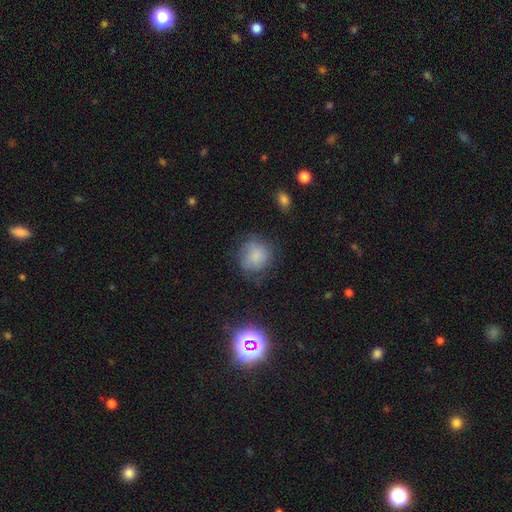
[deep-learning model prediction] Smooth or featured? smooth (78%)
How rounded? round (80%)
Merging? none (62%)